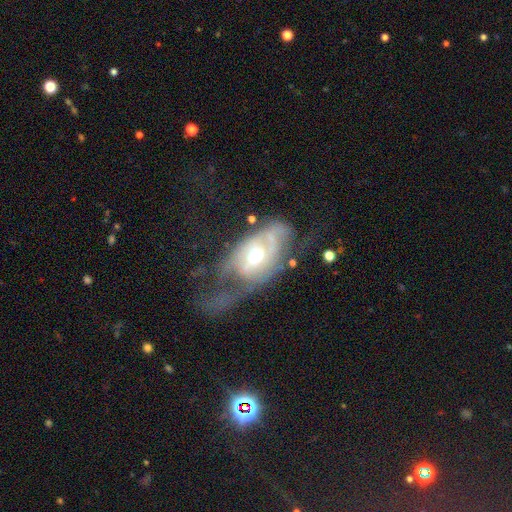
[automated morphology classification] This appears to be a featured or disk galaxy (70%) with no bar (62%), spiral arms (64%) and a moderate central bulge (67%). Merging: major disturbance (53%).